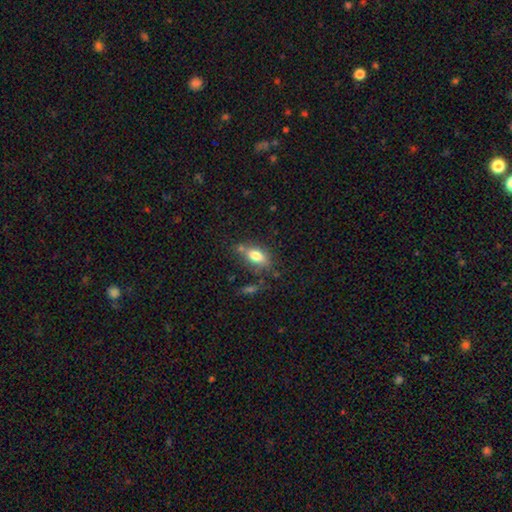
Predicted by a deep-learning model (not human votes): smooth 77%, featured or disk 15%, star or artifact 9%. Down the decision tree: how rounded — in between (83%); merging — none (62%).